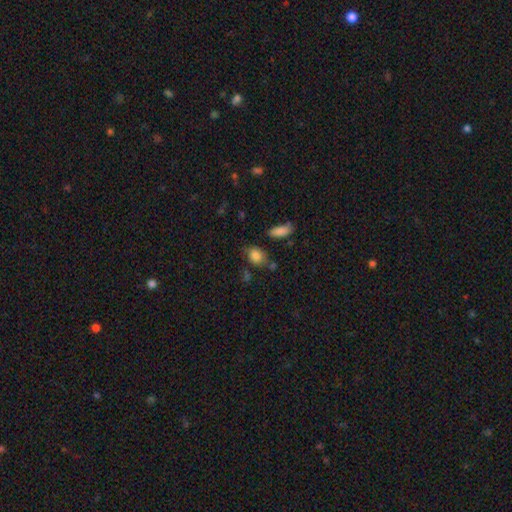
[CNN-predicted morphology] A smooth galaxy with no disk features (83%) that is in between round and cigar-shaped (67%).

Vote fractions:
- Smooth or featured? smooth: 83% / star or artifact: 9% / featured or disk: 8%
- How rounded? in between: 67% / round: 31% / cigar-shaped: 2%
- Merging? none: 62% / minor disturbance: 24% / merger: 7% / major disturbance: 7%